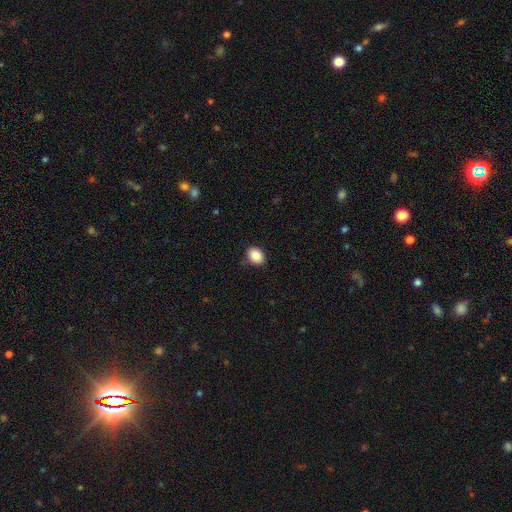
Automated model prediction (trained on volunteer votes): A smooth galaxy with no disk features (88%) that is in between round and cigar-shaped (65%). Merging: none (85%).